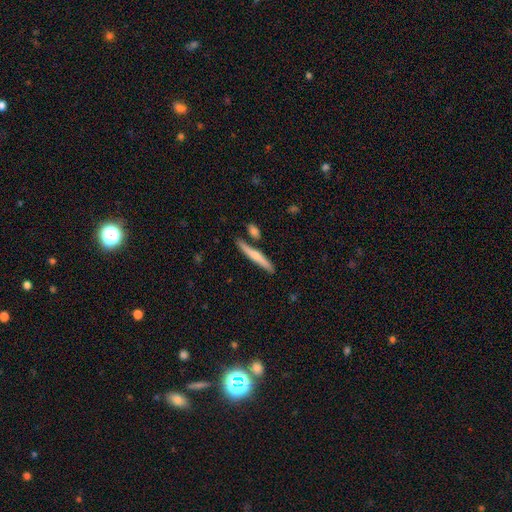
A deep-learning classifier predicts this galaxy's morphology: smooth_or_featured: smooth (p=0.55) [alt: featured or disk p=0.39]
how_rounded: cigar-shaped (p=0.93) [alt: in between p=0.05]
merging: none (p=0.78) [alt: minor disturbance p=0.11]